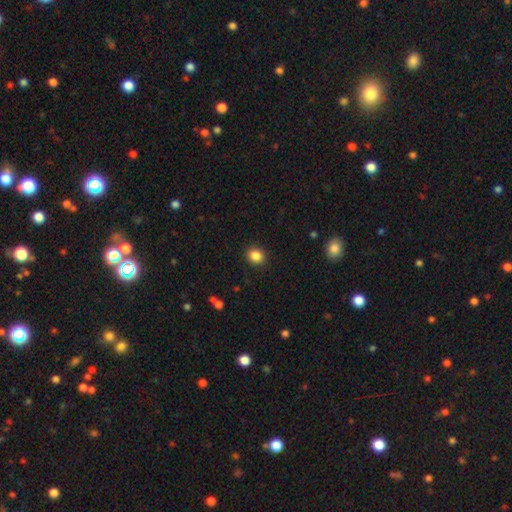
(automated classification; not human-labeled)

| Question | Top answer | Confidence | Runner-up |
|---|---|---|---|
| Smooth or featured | smooth | 86% | star or artifact (10%) |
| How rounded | round | 66% | in between (33%) |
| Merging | none | 91% | minor disturbance (6%) |